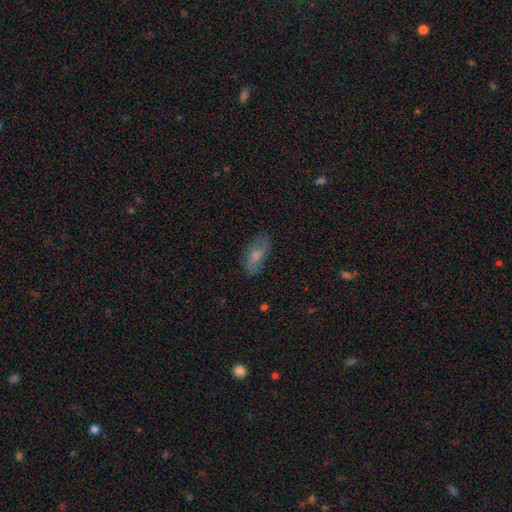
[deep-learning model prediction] Smooth or featured? smooth (70%)
How rounded? in between (86%)
Merging? none (79%)